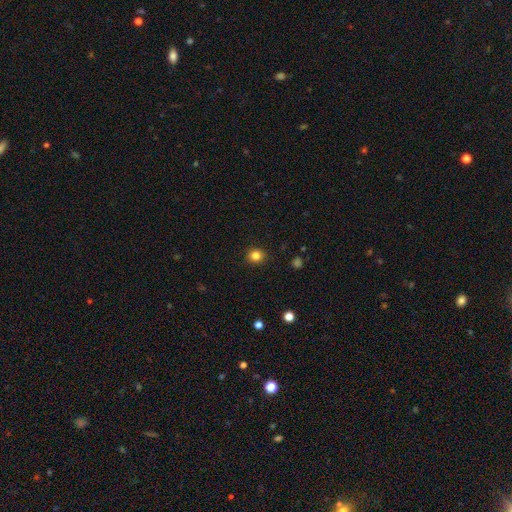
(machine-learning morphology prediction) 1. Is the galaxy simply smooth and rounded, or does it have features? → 83% smooth, 12% star or artifact, 5% featured or disk.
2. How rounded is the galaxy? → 83% round, 16% in between, 1% cigar-shaped.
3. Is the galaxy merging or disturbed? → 91% none, 6% minor disturbance, 2% major disturbance, 1% merger.